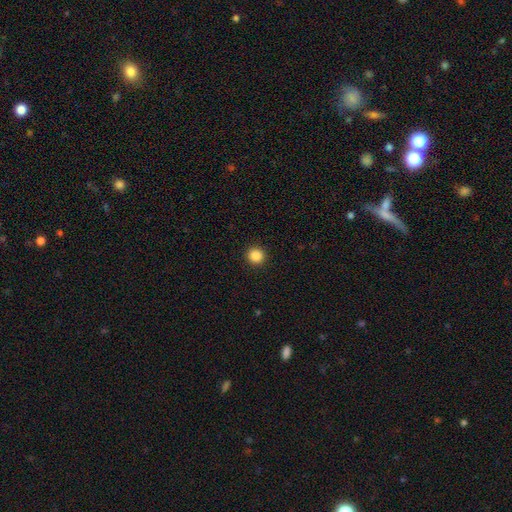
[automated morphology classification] This appears to be a smooth galaxy with no disk features (87%) that is round (94%). Merging: none (93%).